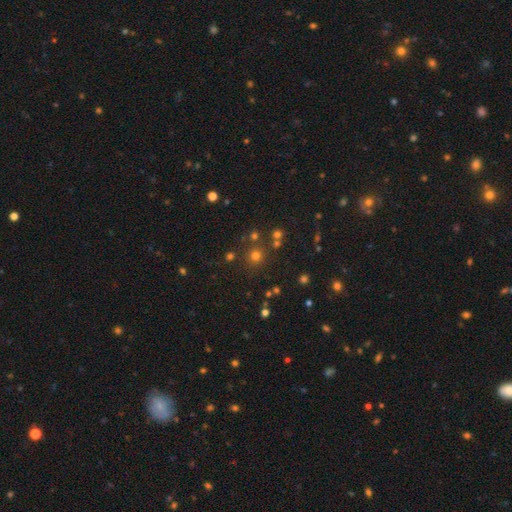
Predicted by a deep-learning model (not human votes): This is likely a smooth galaxy (68%). How rounded: clearly round (94%). Merging: clearly none (82%).